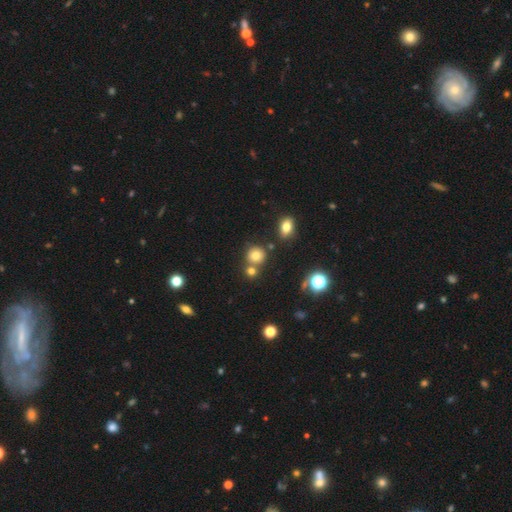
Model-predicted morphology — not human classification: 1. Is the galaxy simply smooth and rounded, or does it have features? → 75% smooth, 16% star or artifact, 10% featured or disk.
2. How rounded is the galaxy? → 86% round, 13% in between, 1% cigar-shaped.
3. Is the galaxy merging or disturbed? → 67% none, 20% merger, 9% minor disturbance, 4% major disturbance.